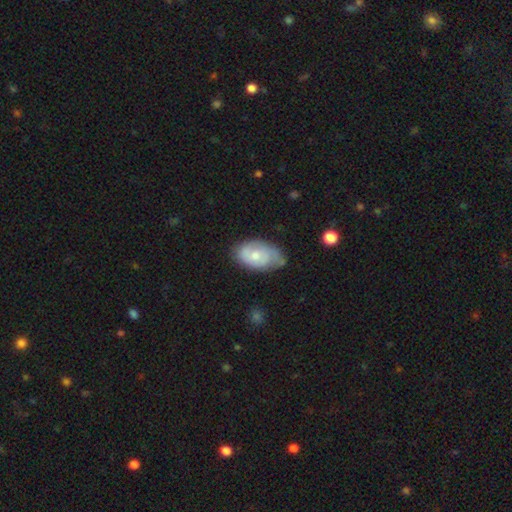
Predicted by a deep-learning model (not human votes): Smooth or featured? featured or disk (51%)
Edge-on disk? no (95%)
Merging? none (53%)